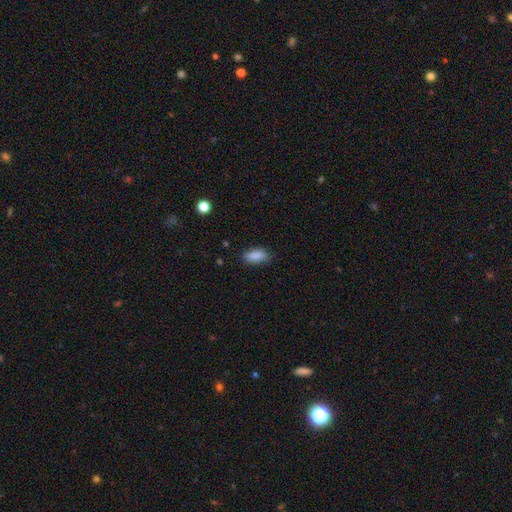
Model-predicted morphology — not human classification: smooth 88%, star or artifact 8%, featured or disk 4%. Down the decision tree: how rounded — in between (88%); merging — none (78%).